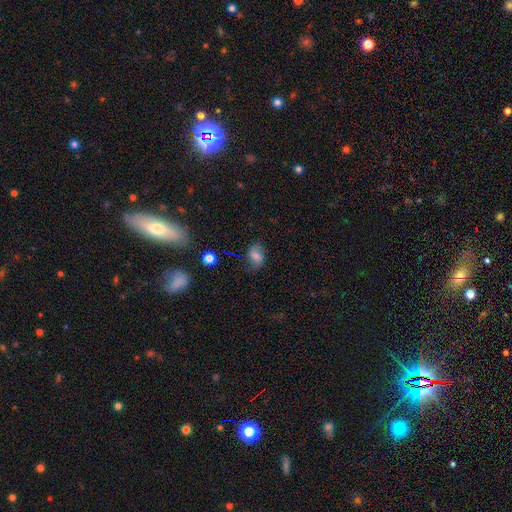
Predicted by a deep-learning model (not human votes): Smooth or featured?
  - smooth: 73% *
  - featured or disk: 15%
  - star or artifact: 11%
How rounded?
  - in between: 74% *
  - round: 24%
  - cigar-shaped: 2%
Merging?
  - none: 67% *
  - minor disturbance: 23%
  - major disturbance: 8%
  - merger: 2%